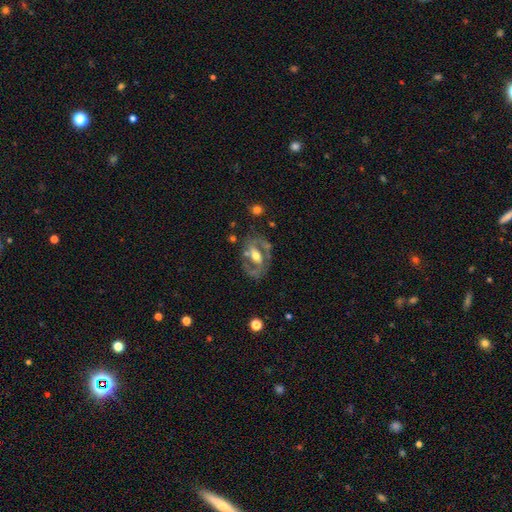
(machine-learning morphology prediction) smooth-or-featured: featured or disk: 80% | smooth: 15% | star or artifact: 6%
  disk-edge-on: no: 94% | yes: 6%
    bar: strong: 37% | weak: 35% | no: 28%
    has-spiral-arms: yes: 77% | no: 23%
      spiral-winding: medium: 50% | tight: 31% | loose: 20%
      spiral-arm-count: 2: 83% | can't tell: 8% | 1: 6% | 3: 2% | 4: 1% | more than 4: 1%
    bulge-size: moderate: 68% | small: 17% | large: 13% | none: 1% | dominant: 1%
  merging: none: 68% | minor disturbance: 17% | major disturbance: 11% | merger: 4%